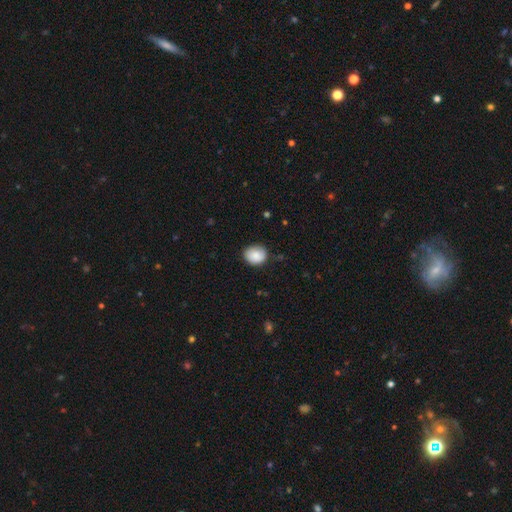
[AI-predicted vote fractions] This appears to be a smooth galaxy with no disk features (87%) that is round (67%). Merging: none (78%).